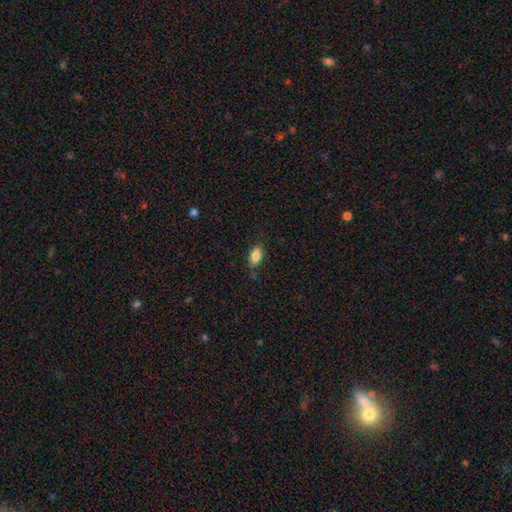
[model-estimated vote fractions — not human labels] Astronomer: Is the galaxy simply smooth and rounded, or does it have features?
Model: smooth — 85%.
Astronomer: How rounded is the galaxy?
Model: in between — 89%.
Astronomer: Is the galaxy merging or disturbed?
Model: none — 82%.